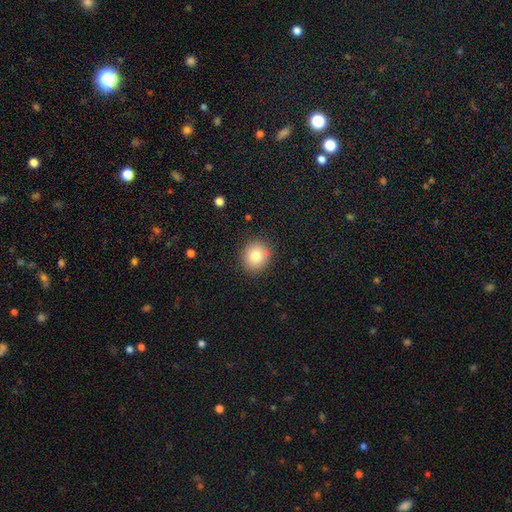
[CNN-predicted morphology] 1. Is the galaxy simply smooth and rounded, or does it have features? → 81% smooth, 10% star or artifact, 9% featured or disk.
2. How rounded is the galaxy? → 83% round, 16% in between, 1% cigar-shaped.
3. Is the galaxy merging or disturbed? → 89% none, 8% minor disturbance, 2% major disturbance, 1% merger.